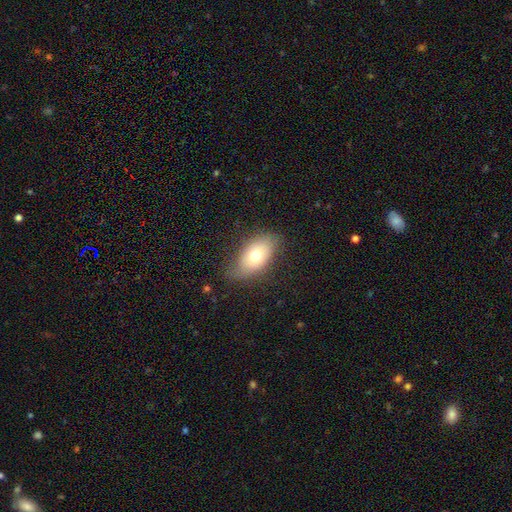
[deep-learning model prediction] This appears to be a smooth galaxy with no disk features (71%) that is in between round and cigar-shaped (91%). Merging: none (71%).